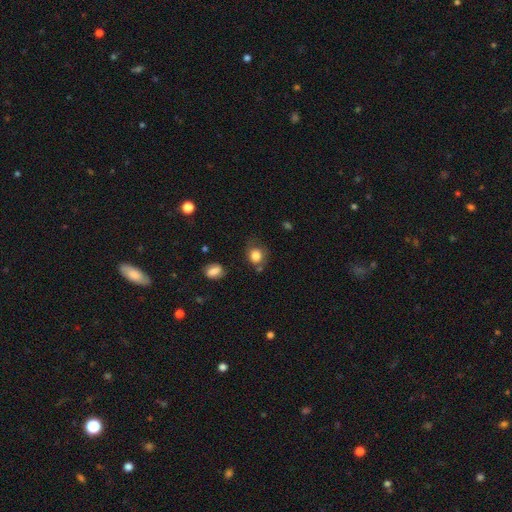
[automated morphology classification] Smooth or featured? Predicted: smooth (p=0.82). How rounded? Predicted: round (p=0.68). Merging? Predicted: none (p=0.63).